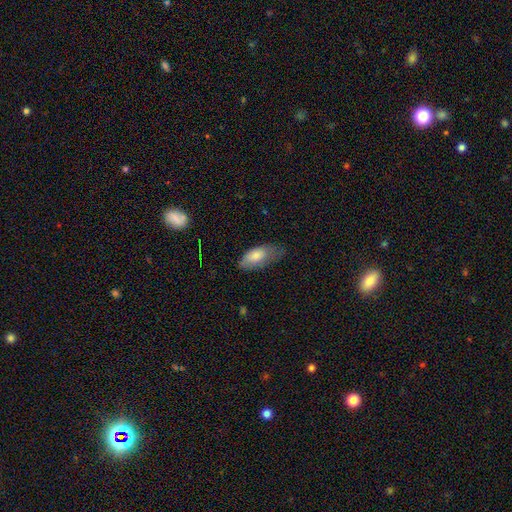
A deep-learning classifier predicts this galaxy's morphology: A smooth galaxy with no disk features (76%) that is in between round and cigar-shaped (85%).

Vote fractions:
- Smooth or featured? smooth: 76% / featured or disk: 17% / star or artifact: 7%
- How rounded? in between: 85% / cigar-shaped: 13% / round: 2%
- Merging? none: 45% / minor disturbance: 38% / major disturbance: 16% / merger: 2%